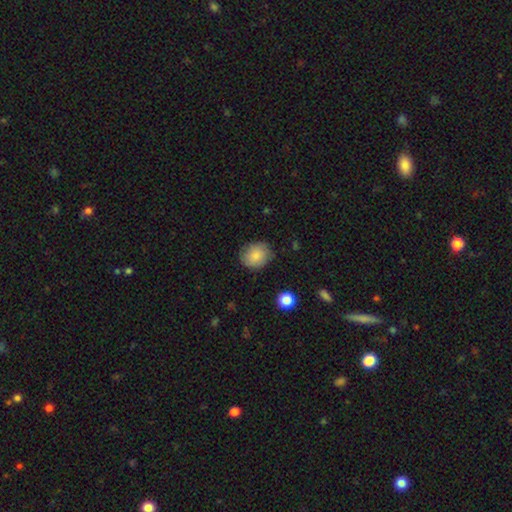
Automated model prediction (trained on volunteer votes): A smooth galaxy with no disk features (84%) that is round (64%).

Vote fractions:
- Smooth or featured? smooth: 84% / featured or disk: 9% / star or artifact: 8%
- How rounded? round: 64% / in between: 35% / cigar-shaped: 1%
- Merging? none: 79% / minor disturbance: 16% / major disturbance: 4% / merger: 1%